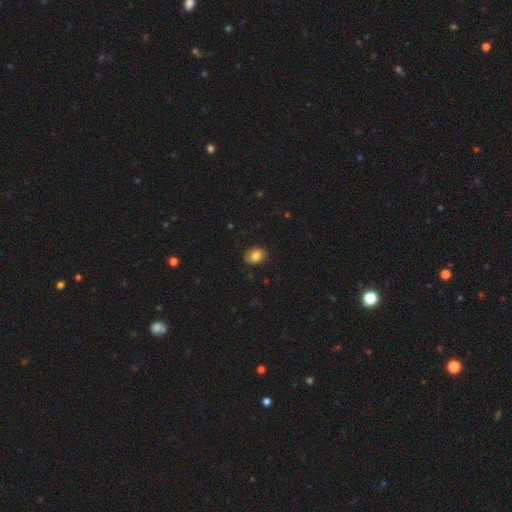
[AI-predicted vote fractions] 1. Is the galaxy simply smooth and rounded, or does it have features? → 83% smooth, 9% featured or disk, 8% star or artifact.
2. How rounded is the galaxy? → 65% in between, 34% round, 1% cigar-shaped.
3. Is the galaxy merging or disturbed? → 84% none, 13% minor disturbance, 2% major disturbance, 1% merger.